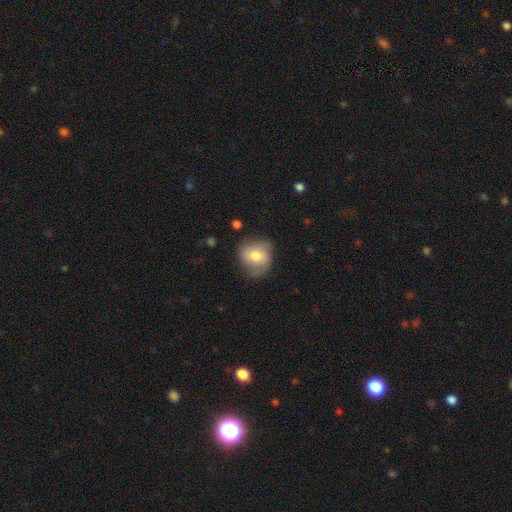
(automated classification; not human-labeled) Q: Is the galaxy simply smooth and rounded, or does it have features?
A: smooth — 66%.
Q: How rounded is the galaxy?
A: round — 71%.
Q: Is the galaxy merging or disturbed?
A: none — 61%.